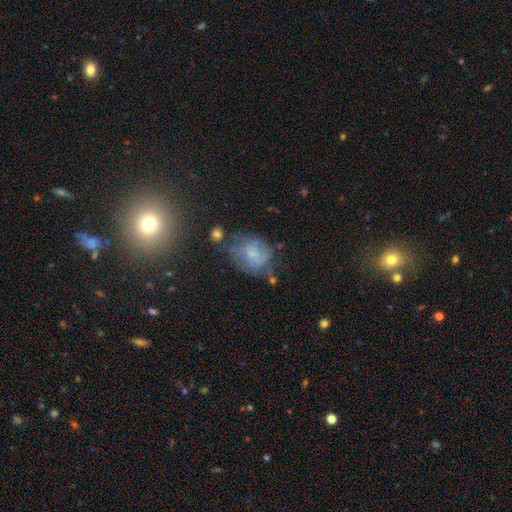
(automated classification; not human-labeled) smooth-or-featured: featured or disk: 38% (tied) | smooth: 38% (tied) | star or artifact: 24%
  merging: none: 67% | minor disturbance: 19% | major disturbance: 9% | merger: 4%